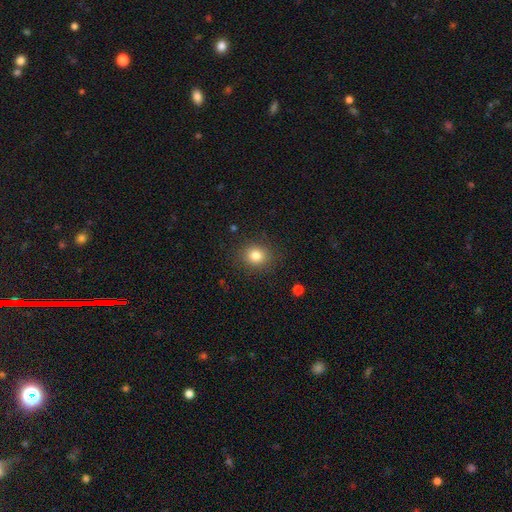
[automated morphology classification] smooth_or_featured: smooth (p=0.82) [alt: star or artifact p=0.11]
how_rounded: round (p=0.76) [alt: in between p=0.23]
merging: none (p=0.88) [alt: minor disturbance p=0.08]